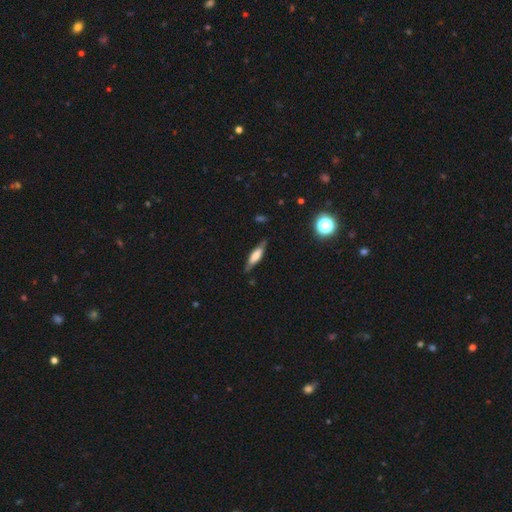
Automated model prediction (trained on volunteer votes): Morphology: type=smooth (52%); roundness=cigar-shaped (64%); merging=none (78%).